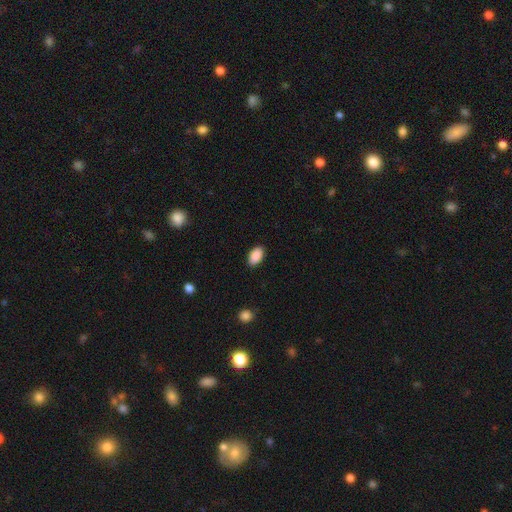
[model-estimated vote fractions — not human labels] Smooth or featured? smooth (90%)
How rounded? in between (93%)
Merging? none (88%)